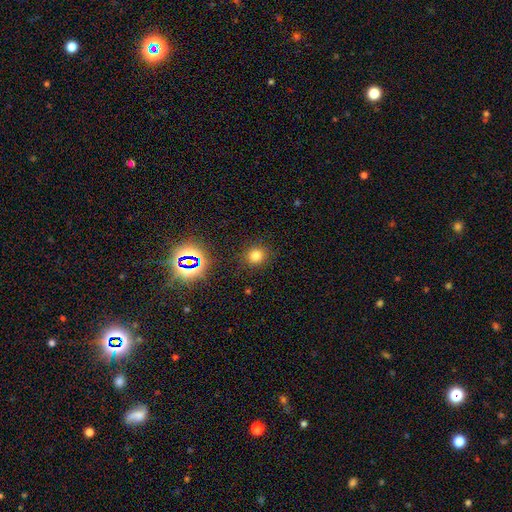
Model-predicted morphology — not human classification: smooth_or_featured: smooth (p=0.73) [alt: star or artifact p=0.20]
how_rounded: round (p=0.88) [alt: in between p=0.11]
merging: none (p=0.88) [alt: minor disturbance p=0.08]